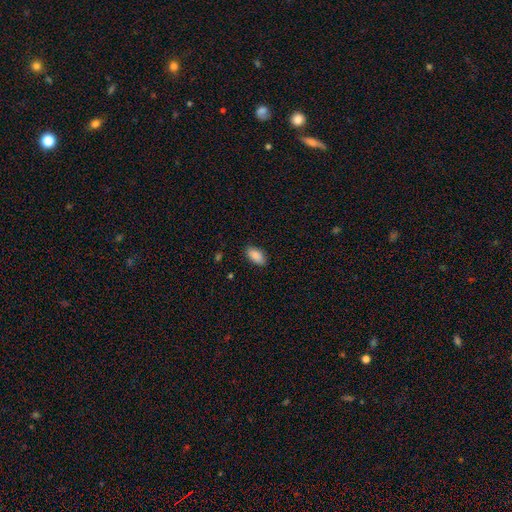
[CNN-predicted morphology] A smooth galaxy with no disk features (88%) that is in between round and cigar-shaped (94%).

Vote fractions:
- Smooth or featured? smooth: 88% / star or artifact: 7% / featured or disk: 5%
- How rounded? in between: 94% / cigar-shaped: 4% / round: 3%
- Merging? none: 85% / minor disturbance: 11% / major disturbance: 2% / merger: 1%